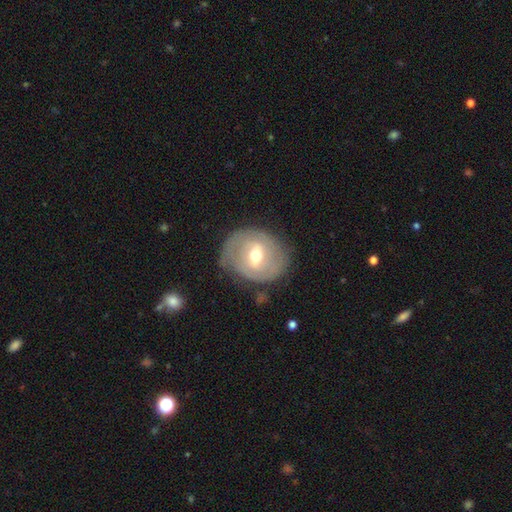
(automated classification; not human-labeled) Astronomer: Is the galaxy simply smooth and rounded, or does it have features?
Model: featured or disk — 67%.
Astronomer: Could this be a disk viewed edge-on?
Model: no — 96%.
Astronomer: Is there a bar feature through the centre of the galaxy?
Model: weak — 54%.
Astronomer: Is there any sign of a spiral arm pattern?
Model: yes — 70%.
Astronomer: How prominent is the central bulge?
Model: moderate — 71%.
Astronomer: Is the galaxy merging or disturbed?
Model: none — 72%.